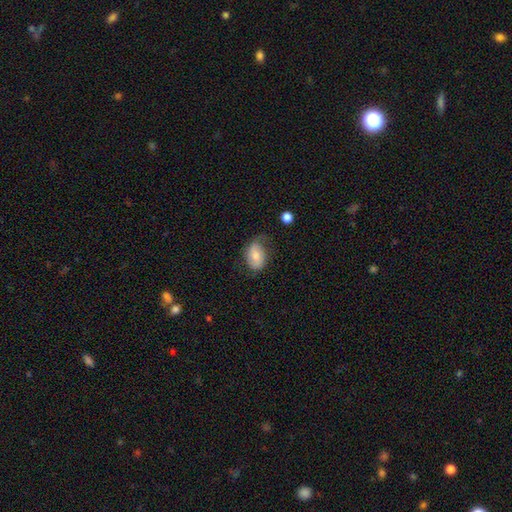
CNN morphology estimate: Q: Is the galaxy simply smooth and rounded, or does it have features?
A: smooth — 60%.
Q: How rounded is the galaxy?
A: in between — 81%.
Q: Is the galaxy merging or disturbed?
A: none — 50%.